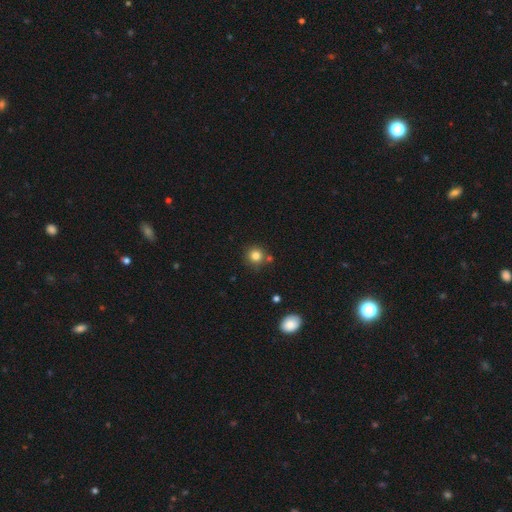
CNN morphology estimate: The model was most divided on "merging": none: 78%, merger: 10%, minor disturbance: 9%, major disturbance: 3%. More confident: how rounded — round (93%); smooth or featured — smooth (82%).